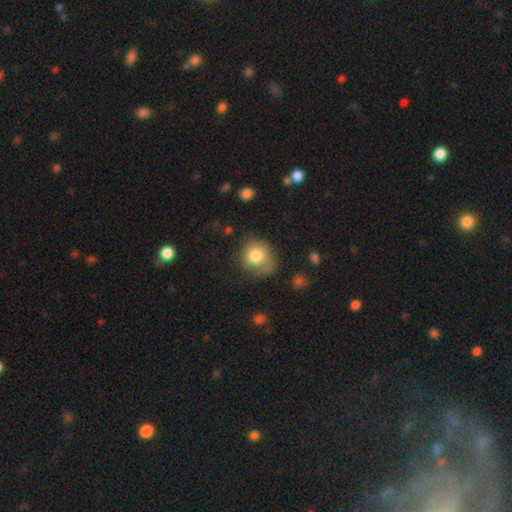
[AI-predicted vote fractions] A smooth galaxy with no disk features (78%) that is round (76%). Merging: none (54%).